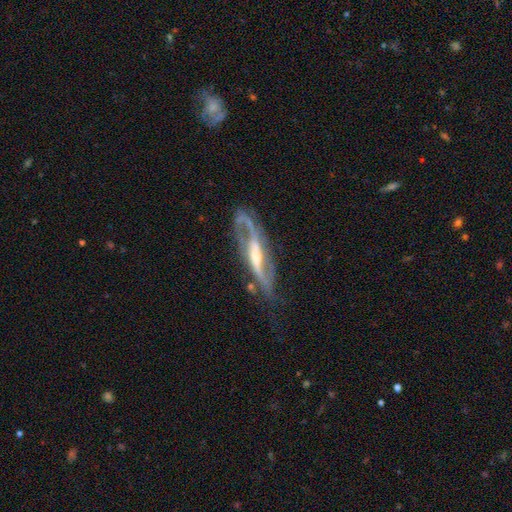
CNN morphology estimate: featured or disk 86%, smooth 9%, star or artifact 5%. Down the decision tree: edge-on disk — no (76%); bar — strong (44%); spiral arms — yes (93%); spiral arm count — 2 (86%); spiral winding — loose (54%); bulge size — moderate (46%); merging — none (58%).